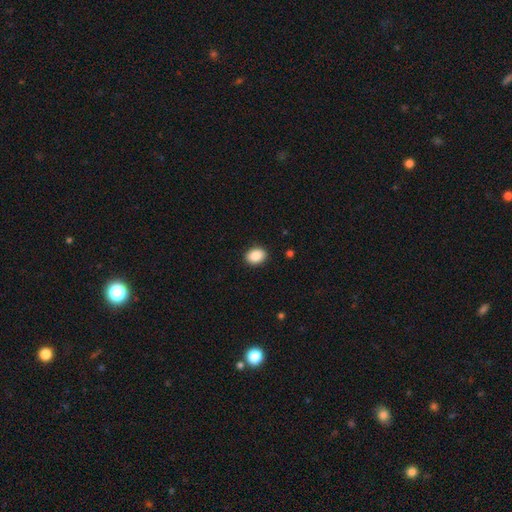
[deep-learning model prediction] Smooth or featured? smooth (89%)
How rounded? in between (66%)
Merging? none (90%)